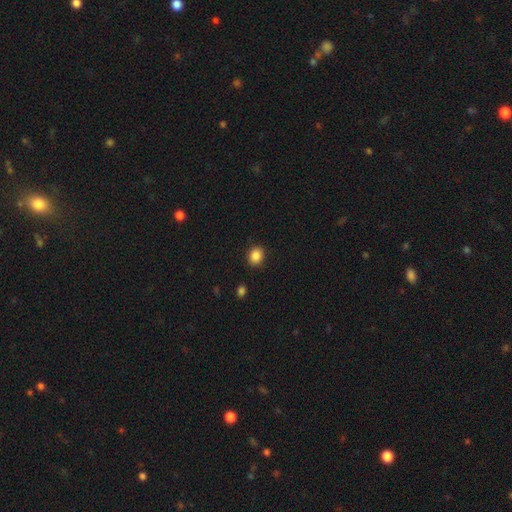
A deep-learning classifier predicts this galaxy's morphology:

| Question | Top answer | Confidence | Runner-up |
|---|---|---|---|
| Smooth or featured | smooth | 87% | star or artifact (10%) |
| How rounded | round | 60% | in between (39%) |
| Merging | none | 88% | minor disturbance (8%) |